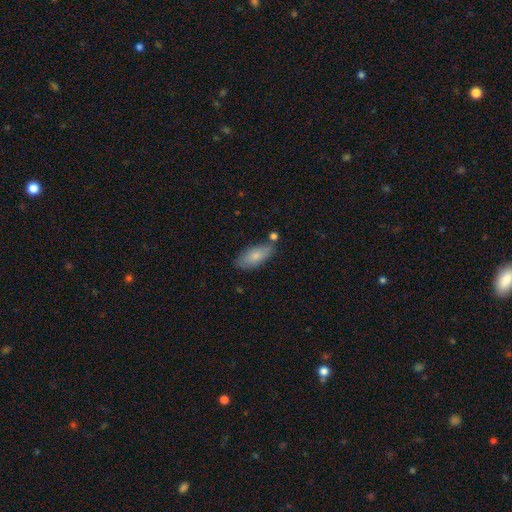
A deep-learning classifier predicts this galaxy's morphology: Smooth or featured?
  - smooth: 79% *
  - featured or disk: 15%
  - star or artifact: 6%
How rounded?
  - in between: 84% *
  - cigar-shaped: 13%
  - round: 2%
Merging?
  - none: 66% *
  - minor disturbance: 21%
  - merger: 9%
  - major disturbance: 4%